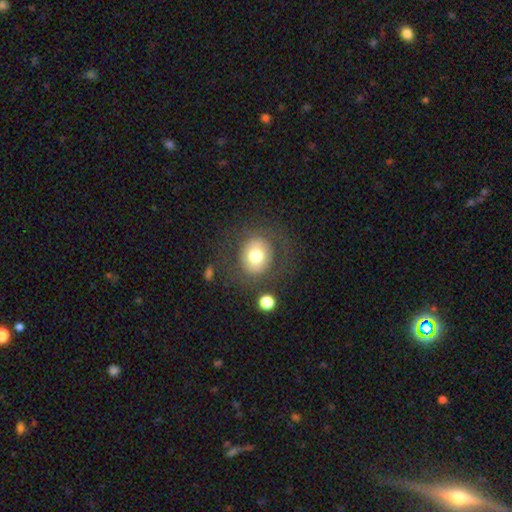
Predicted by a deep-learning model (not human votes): Q: Smooth or featured?
A: smooth (68%); runner-up: featured or disk (22%)
Q: How rounded?
A: round (77%); runner-up: in between (22%)
Q: Merging?
A: none (75%); runner-up: minor disturbance (12%)